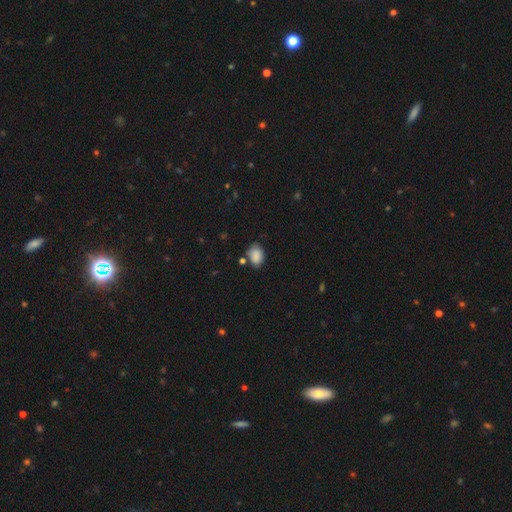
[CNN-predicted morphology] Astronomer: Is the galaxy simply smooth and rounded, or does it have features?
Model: smooth — 86%.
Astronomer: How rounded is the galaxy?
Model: in between — 76%.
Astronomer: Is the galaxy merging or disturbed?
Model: none — 65%.